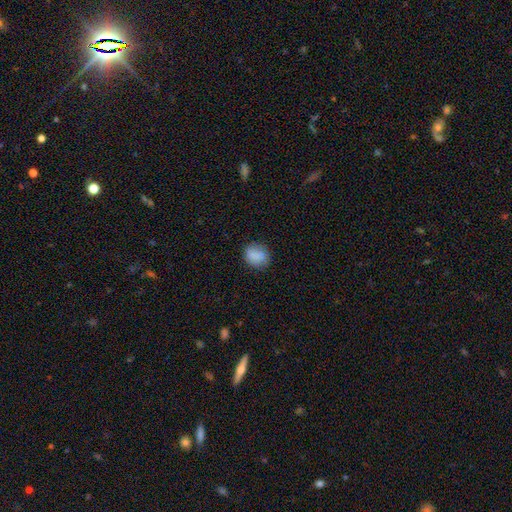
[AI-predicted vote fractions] smooth_or_featured: smooth (p=0.84) [alt: star or artifact p=0.08]
how_rounded: round (p=0.64) [alt: in between p=0.35]
merging: none (p=0.81) [alt: minor disturbance p=0.14]